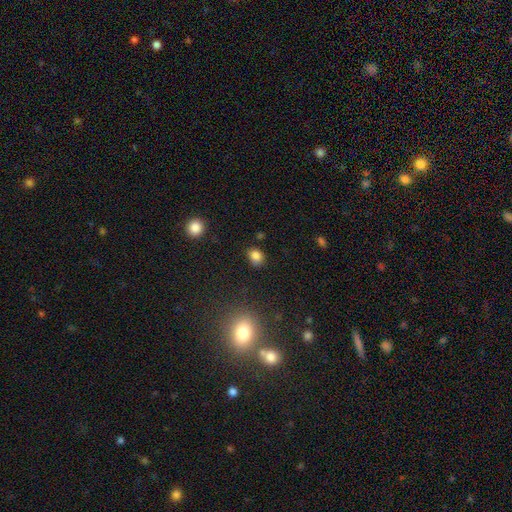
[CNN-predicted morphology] Overall: smooth (83%). How rounded: round (55%; in between 44%). Merging: none (81%).